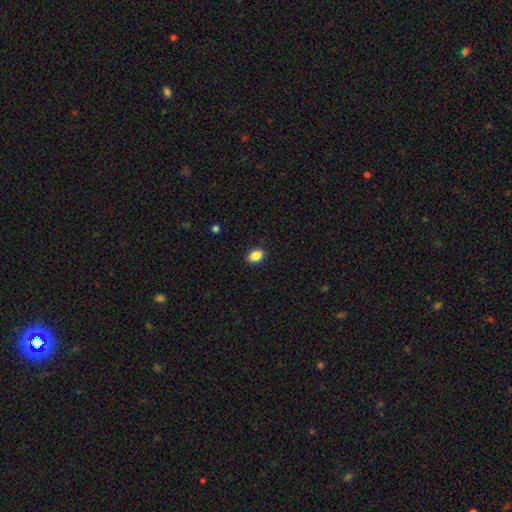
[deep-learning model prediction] The model was most divided on "how rounded": in between: 82%, round: 17%, cigar-shaped: 1%. More confident: merging — none (90%); smooth or featured — smooth (87%).